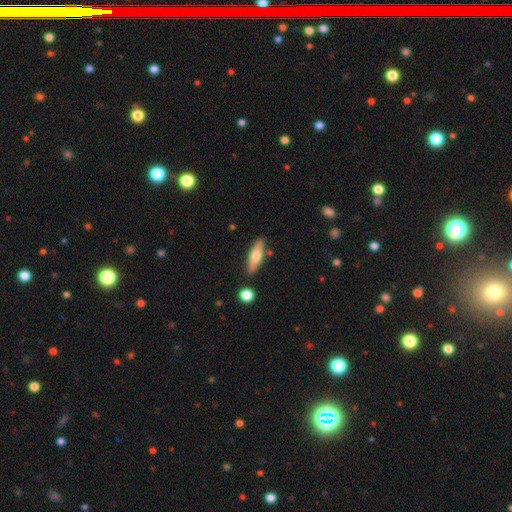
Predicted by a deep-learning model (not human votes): Smooth or featured? Predicted: smooth (p=0.63). How rounded? Predicted: in between (p=0.55). Merging? Predicted: none (p=0.82).